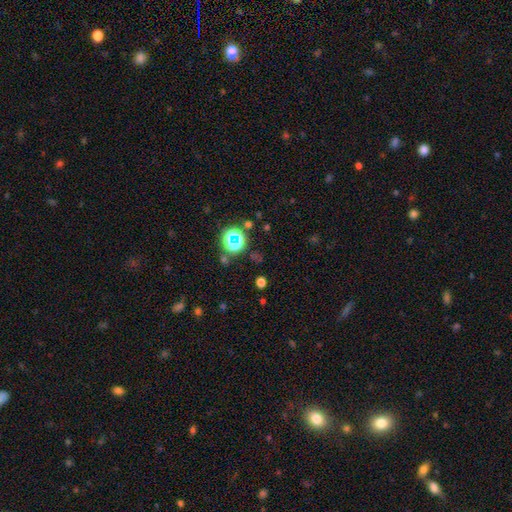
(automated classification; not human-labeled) Overall: star or artifact (73%).